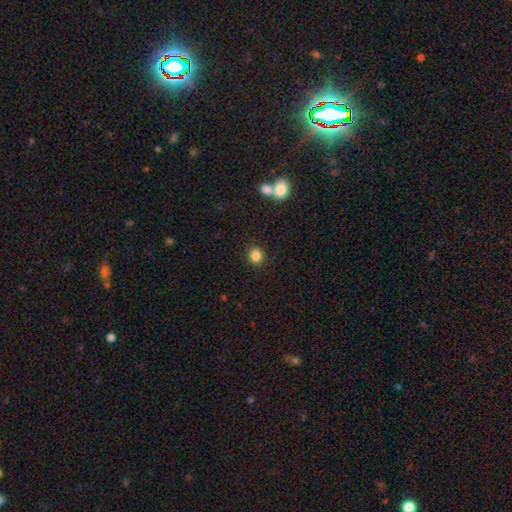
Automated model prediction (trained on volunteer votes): Morphology: type=smooth (85%); roundness=round (81%); merging=none (88%).